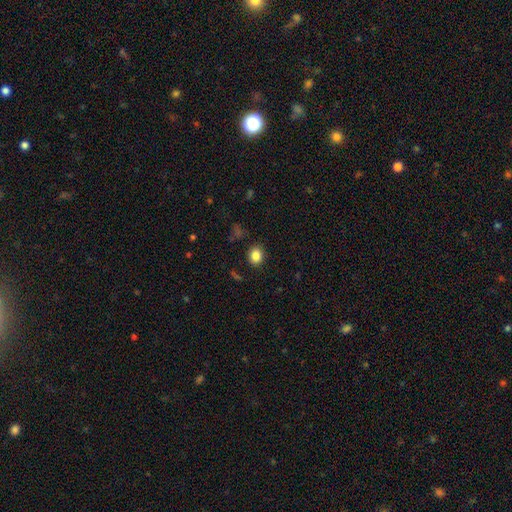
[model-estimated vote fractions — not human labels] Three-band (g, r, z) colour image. It shows a smooth galaxy with no disk features (85%) that is round (59%). Merging: none (88%).